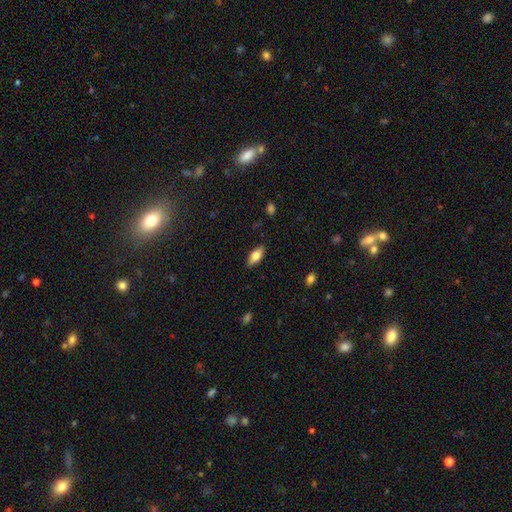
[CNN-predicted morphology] Smooth or featured? Predicted: smooth (p=0.72). How rounded? Predicted: in between (p=0.84). Merging? Predicted: none (p=0.86).